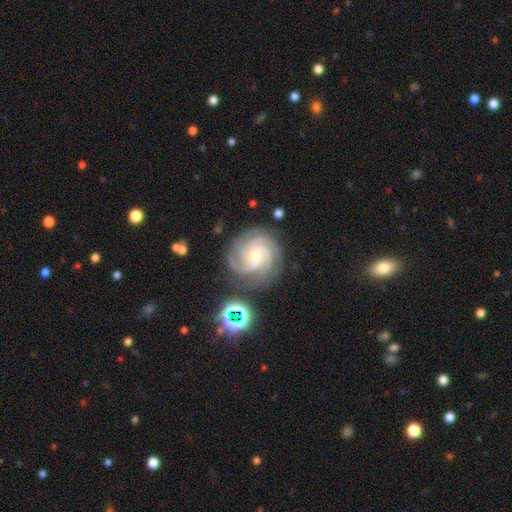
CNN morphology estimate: Smooth or featured? featured or disk (88%)
Edge-on disk? no (98%)
Bar? no (64%)
Spiral arms? yes (98%)
Spiral winding? tight (64%)
Spiral arm count? 3 (41%)
Bulge size? small (55%)
Merging? none (76%)